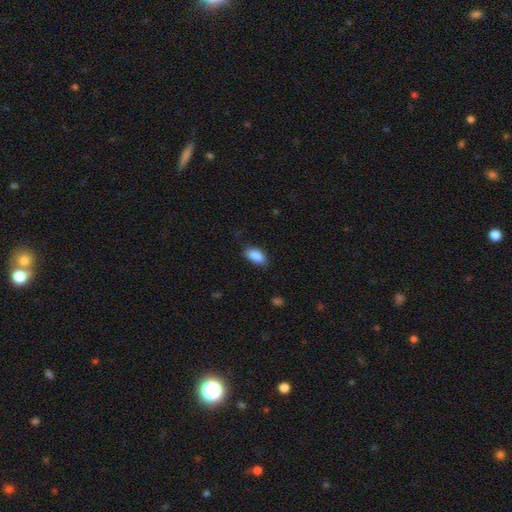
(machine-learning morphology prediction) smooth_or_featured: smooth (p=0.89) [alt: star or artifact p=0.07]
how_rounded: in between (p=0.92) [alt: cigar-shaped p=0.04]
merging: none (p=0.77) [alt: minor disturbance p=0.18]